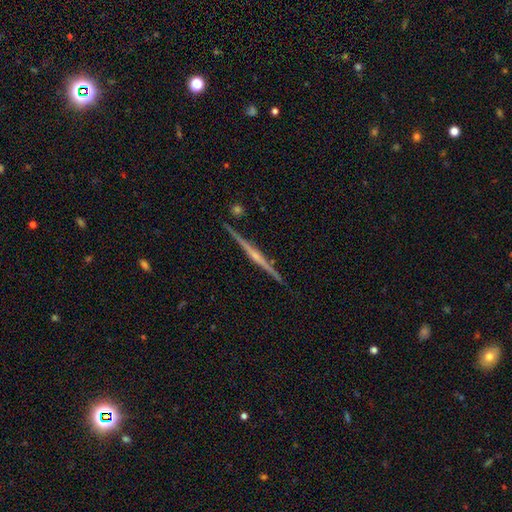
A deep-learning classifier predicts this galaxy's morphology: Q: Smooth or featured?
A: featured or disk (84%); runner-up: smooth (10%)
Q: Edge-on disk?
A: yes (99%); runner-up: no (1%)
Q: Edge-on bulge?
A: rounded (67%); runner-up: none (22%)
Q: Merging?
A: none (91%); runner-up: minor disturbance (6%)